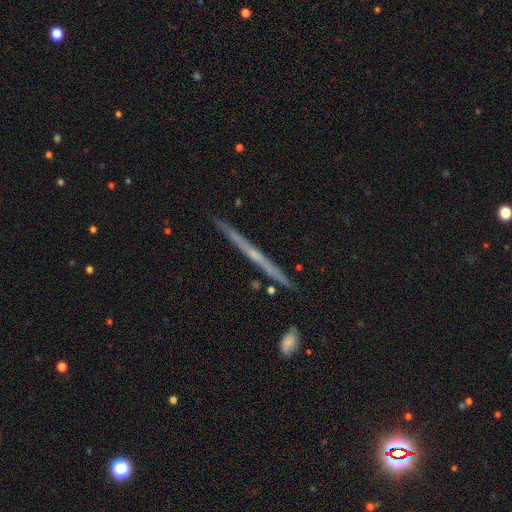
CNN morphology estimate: Smooth or featured? Predicted: featured or disk (p=0.72). Edge-on disk? Predicted: yes (p=0.98). Edge-on bulge? Predicted: none (p=0.60). Merging? Predicted: none (p=0.89).